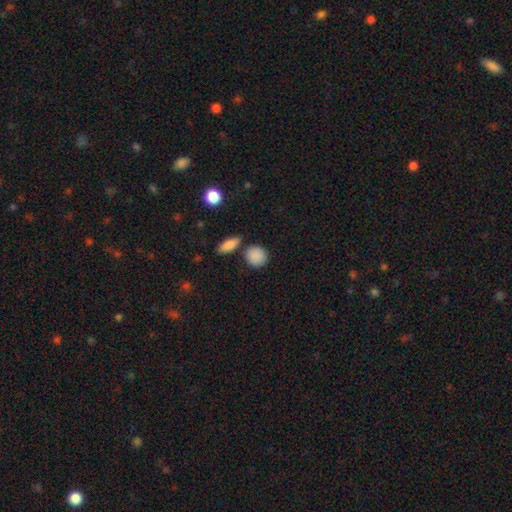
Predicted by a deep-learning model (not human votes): The model was most divided on "how rounded": round: 80%, in between: 18%, cigar-shaped: 2%. More confident: smooth or featured — smooth (88%); merging — none (79%).